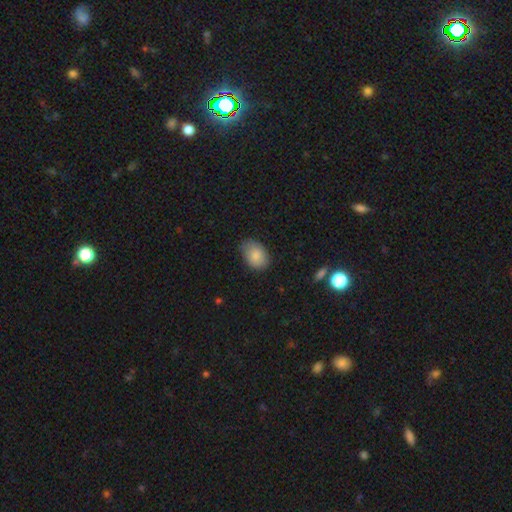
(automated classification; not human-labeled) Smooth or featured?
  - smooth: 85% *
  - featured or disk: 8%
  - star or artifact: 7%
How rounded?
  - in between: 80% *
  - round: 19%
  - cigar-shaped: 1%
Merging?
  - none: 70% *
  - minor disturbance: 25%
  - major disturbance: 4%
  - merger: 1%